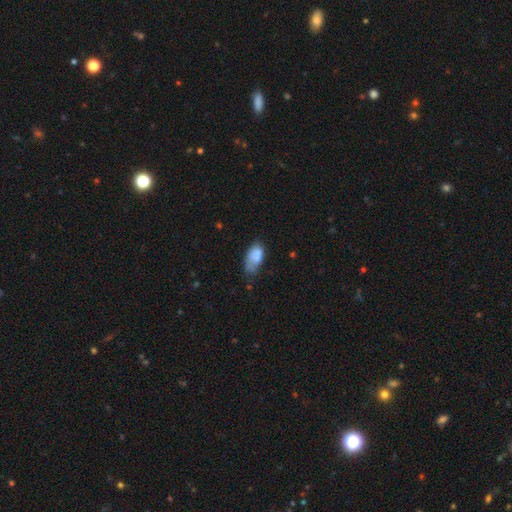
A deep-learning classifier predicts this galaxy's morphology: A smooth galaxy with no disk features (74%) that is in between round and cigar-shaped (90%). Merging: none (37%).